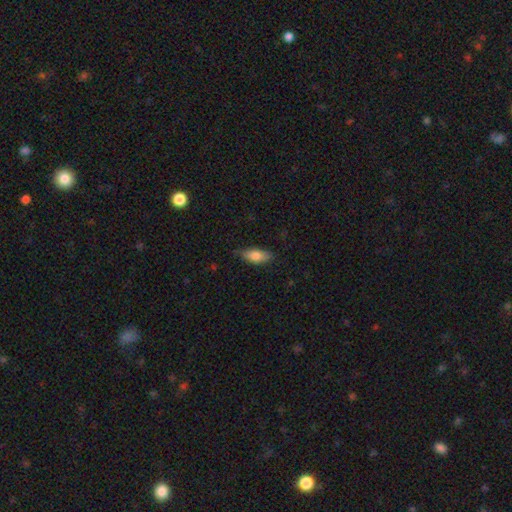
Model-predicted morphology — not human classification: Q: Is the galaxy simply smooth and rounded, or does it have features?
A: smooth — 77%.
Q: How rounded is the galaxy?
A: in between — 78%.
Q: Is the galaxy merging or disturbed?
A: none — 75%.